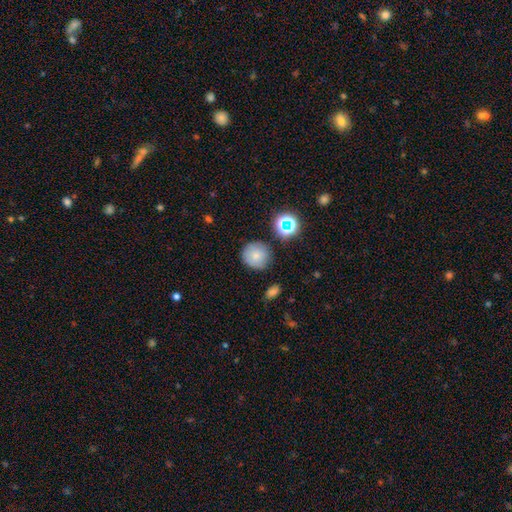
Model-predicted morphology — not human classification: The model was most divided on "smooth or featured": smooth: 77%, star or artifact: 13%, featured or disk: 10%. More confident: how rounded — round (92%); merging — none (82%).